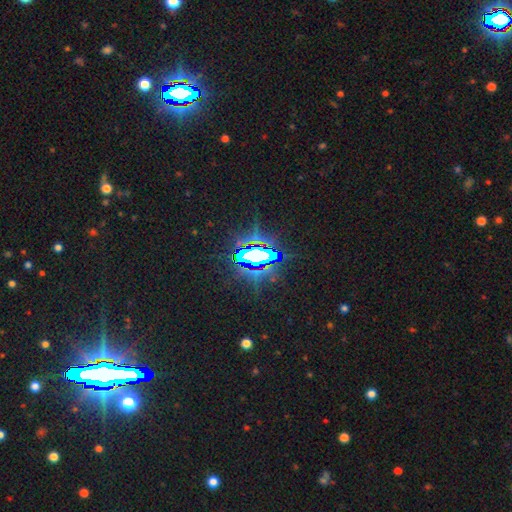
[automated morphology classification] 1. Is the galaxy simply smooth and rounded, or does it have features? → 74% star or artifact, 14% featured or disk, 13% smooth.